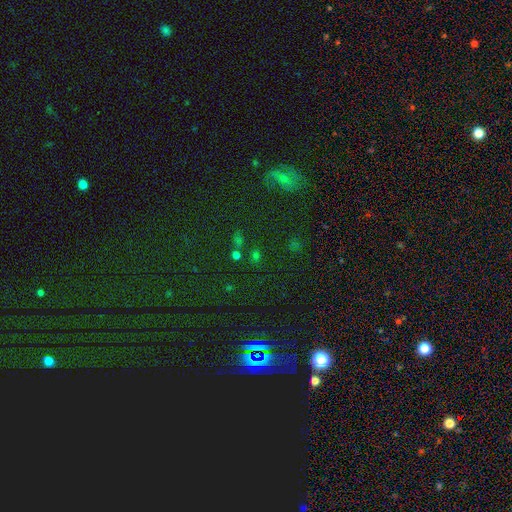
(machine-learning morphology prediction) Smooth or featured? star or artifact (54%)